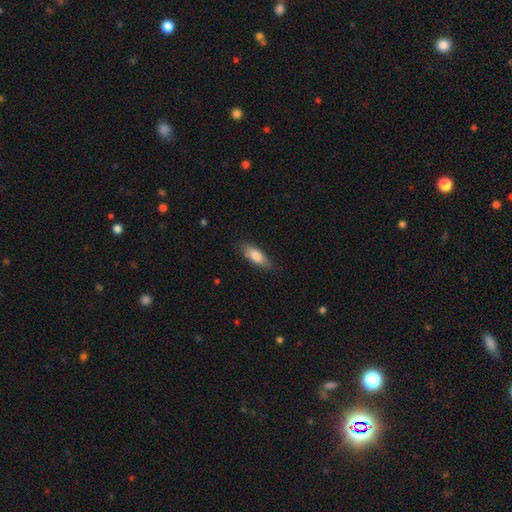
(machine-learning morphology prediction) smooth-or-featured: smooth: 79% | featured or disk: 15% | star or artifact: 6%
  how-rounded: in between: 67% | cigar-shaped: 31% | round: 2%
  merging: none: 78% | minor disturbance: 17% | major disturbance: 3% | merger: 1%